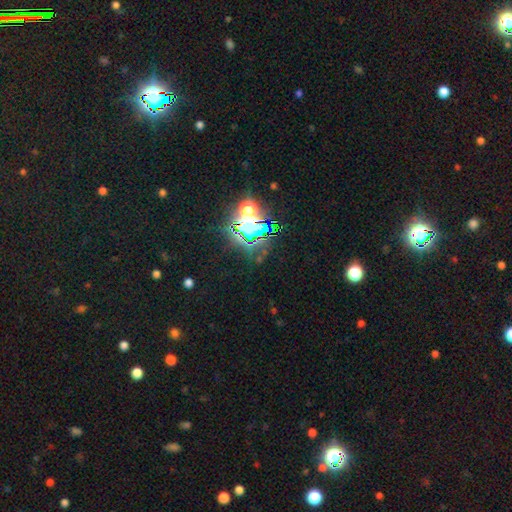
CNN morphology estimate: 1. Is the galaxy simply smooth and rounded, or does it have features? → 80% star or artifact, 12% smooth, 8% featured or disk.